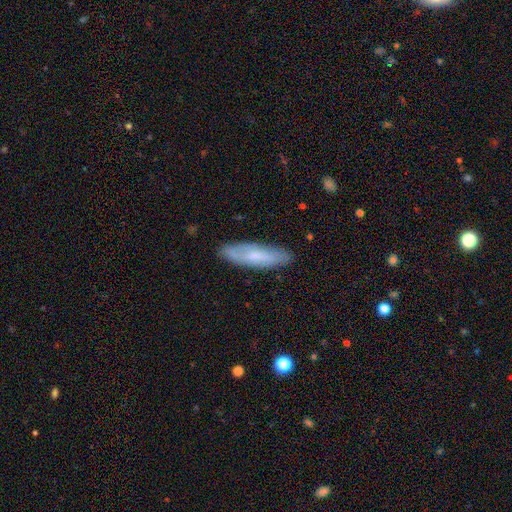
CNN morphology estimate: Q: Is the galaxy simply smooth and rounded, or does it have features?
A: smooth — 54%.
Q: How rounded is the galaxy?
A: cigar-shaped — 65%.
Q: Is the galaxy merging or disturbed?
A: none — 84%.